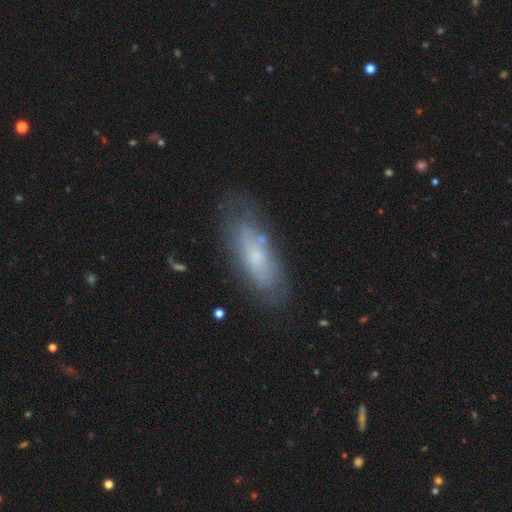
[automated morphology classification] Smooth or featured? Predicted: smooth (p=0.53). How rounded? Predicted: in between (p=0.65). Merging? Predicted: none (p=0.68).